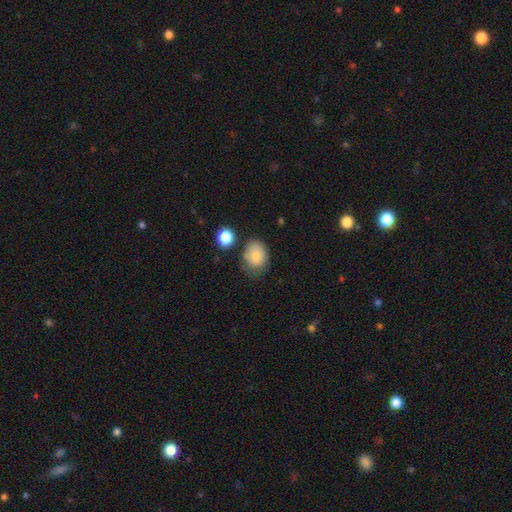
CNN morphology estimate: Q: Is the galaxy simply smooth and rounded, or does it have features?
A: smooth — 80%.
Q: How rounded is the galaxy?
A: in between — 57%.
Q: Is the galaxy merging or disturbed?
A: none — 60%.